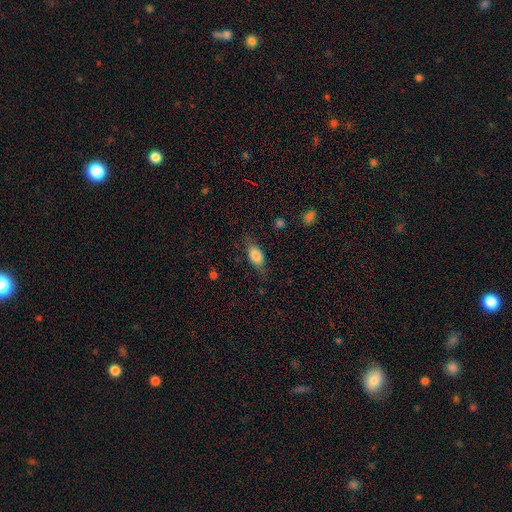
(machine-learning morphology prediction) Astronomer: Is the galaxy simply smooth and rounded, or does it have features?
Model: smooth — 79%.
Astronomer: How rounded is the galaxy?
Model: in between — 84%.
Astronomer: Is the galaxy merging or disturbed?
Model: none — 70%.